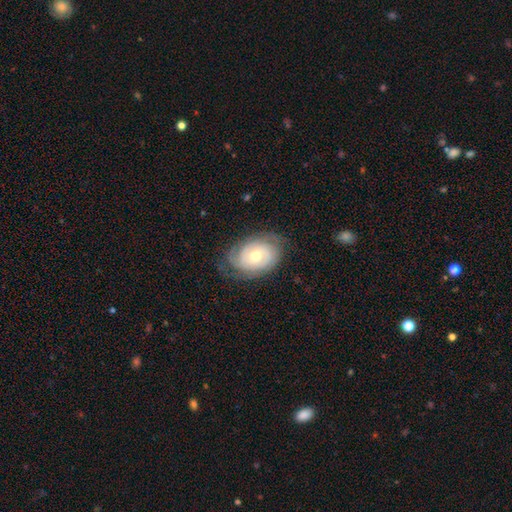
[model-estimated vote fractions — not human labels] Smooth or featured? Predicted: featured or disk (p=0.73). Edge-on disk? Predicted: no (p=0.96). Bar? Predicted: no (p=0.74). Spiral arms? Predicted: yes (p=0.87). Spiral winding? Predicted: tight (p=0.68). Spiral arm count? Predicted: can't tell (p=0.42). Bulge size? Predicted: moderate (p=0.63). Merging? Predicted: none (p=0.70).